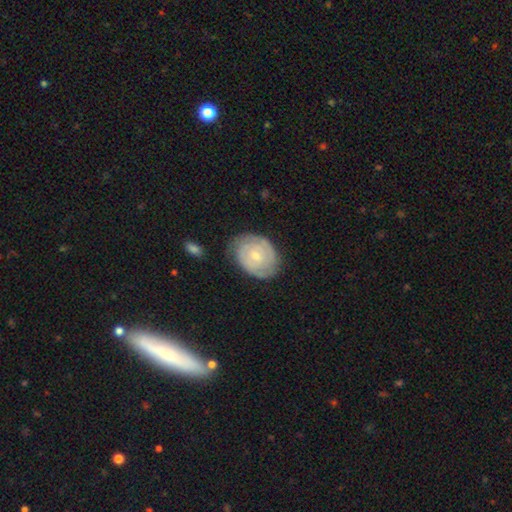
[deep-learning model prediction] smooth_or_featured: featured or disk (p=0.74) [alt: smooth p=0.21]
disk_edge_on: no (p=0.97) [alt: yes p=0.03]
bar: no (p=0.61) [alt: weak p=0.34]
has_spiral_arms: yes (p=0.90) [alt: no p=0.10]
spiral_winding: tight (p=0.75) [alt: medium p=0.20]
spiral_arm_count: 2 (p=0.46) [alt: can't tell p=0.31]
bulge_size: small (p=0.63) [alt: moderate p=0.33]
merging: none (p=0.74) [alt: minor disturbance p=0.19]